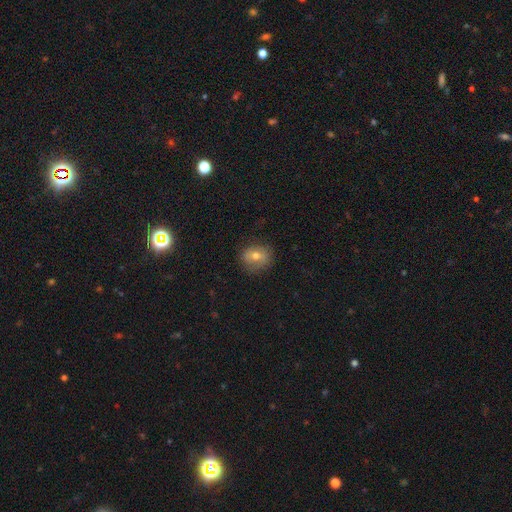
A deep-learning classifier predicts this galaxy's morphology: smooth 56%, featured or disk 29%, star or artifact 15%. Down the decision tree: how rounded — round (72%); merging — none (80%).